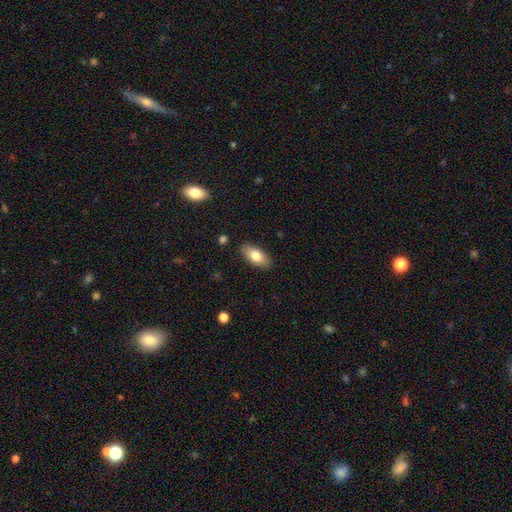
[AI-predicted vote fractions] smooth_or_featured: smooth (p=0.77) [alt: featured or disk p=0.17]
how_rounded: in between (p=0.89) [alt: cigar-shaped p=0.08]
merging: none (p=0.88) [alt: minor disturbance p=0.09]